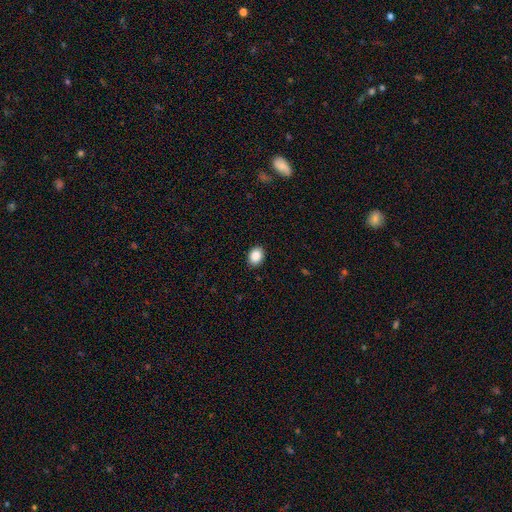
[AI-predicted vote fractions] Morphology: type=smooth (89%); roundness=in between (60%); merging=none (90%).